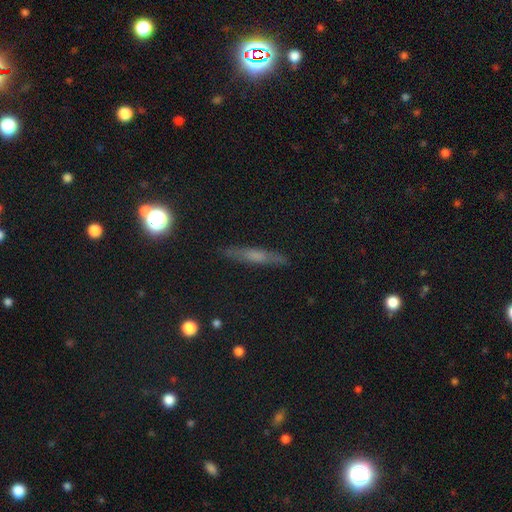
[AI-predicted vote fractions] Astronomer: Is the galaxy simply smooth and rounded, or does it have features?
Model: featured or disk — 44% (runner-up: smooth, 42%).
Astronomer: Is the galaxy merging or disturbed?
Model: none — 86%.